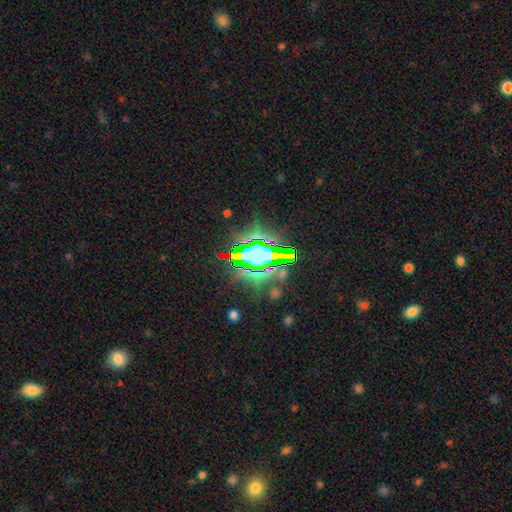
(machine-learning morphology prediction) This is likely a star or artifact rather than a galaxy (77%).